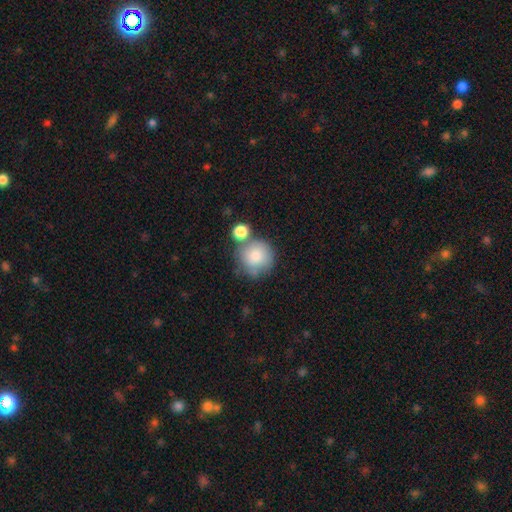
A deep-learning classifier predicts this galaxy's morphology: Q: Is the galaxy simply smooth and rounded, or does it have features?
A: smooth — 81%.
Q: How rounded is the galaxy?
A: round — 92%.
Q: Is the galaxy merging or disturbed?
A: none — 56%.